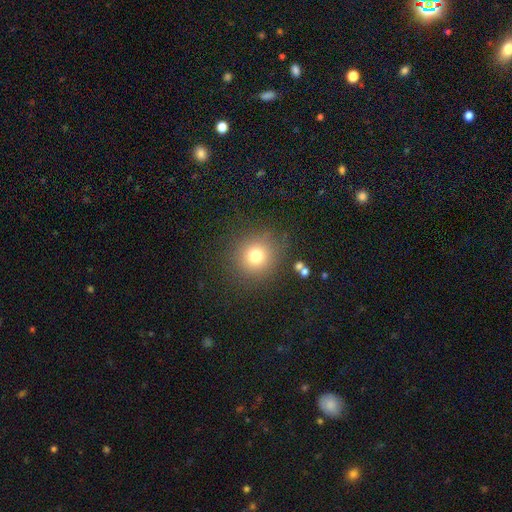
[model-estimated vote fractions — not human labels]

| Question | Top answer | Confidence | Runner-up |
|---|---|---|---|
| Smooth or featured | smooth | 76% | star or artifact (15%) |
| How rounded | round | 90% | in between (9%) |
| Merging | none | 84% | minor disturbance (9%) |